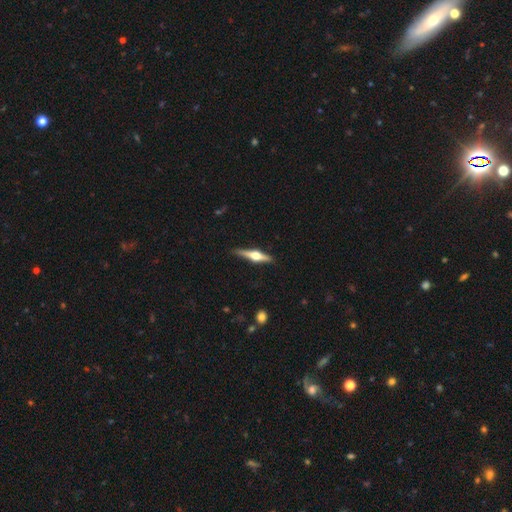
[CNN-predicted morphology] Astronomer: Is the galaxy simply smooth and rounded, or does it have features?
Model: featured or disk — 73%.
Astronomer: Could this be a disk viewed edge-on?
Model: yes — 98%.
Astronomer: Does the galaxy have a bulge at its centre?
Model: rounded — 95%.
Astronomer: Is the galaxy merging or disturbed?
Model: none — 88%.